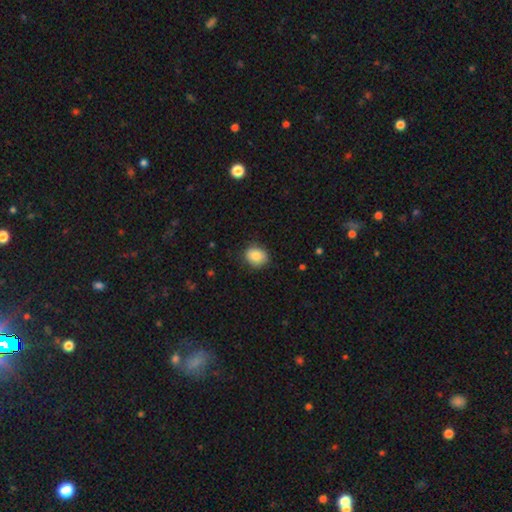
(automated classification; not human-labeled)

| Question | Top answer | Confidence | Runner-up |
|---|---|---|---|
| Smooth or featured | smooth | 84% | star or artifact (8%) |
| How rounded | round | 67% | in between (32%) |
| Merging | none | 82% | minor disturbance (14%) |